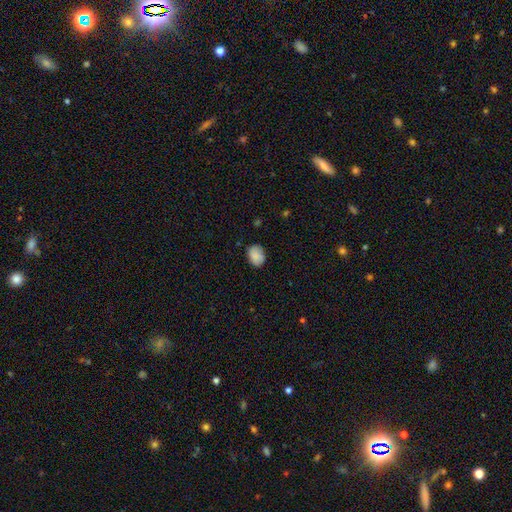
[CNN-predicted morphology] Smooth or featured? Predicted: smooth (p=0.85). How rounded? Predicted: in between (p=0.69). Merging? Predicted: none (p=0.76).